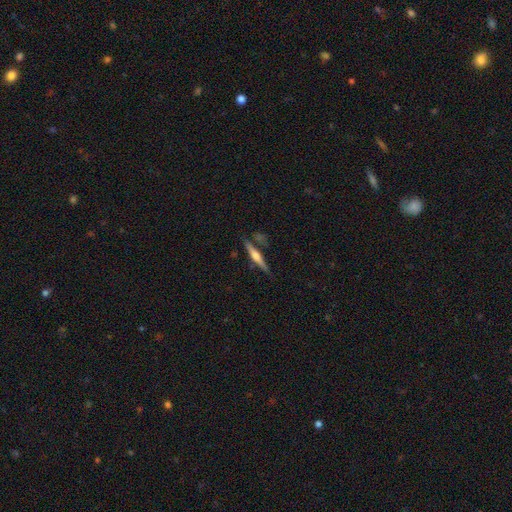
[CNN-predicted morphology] The model was most divided on "smooth or featured": featured or disk: 68%, smooth: 26%, star or artifact: 6%. More confident: edge-on disk — yes (98%); edge-on bulge — rounded (85%); merging — none (81%).